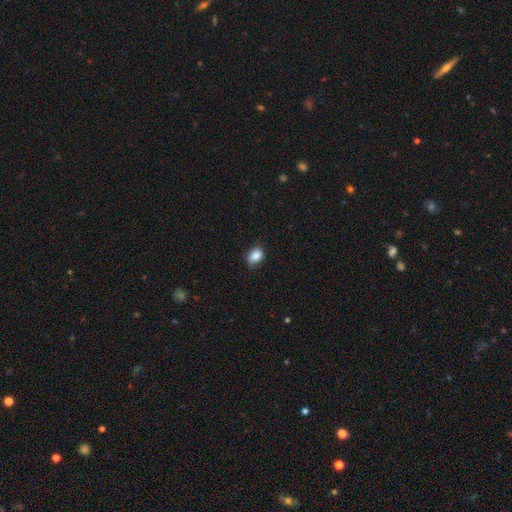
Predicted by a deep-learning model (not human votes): Q: Smooth or featured?
A: smooth (87%); runner-up: star or artifact (8%)
Q: How rounded?
A: in between (73%); runner-up: round (26%)
Q: Merging?
A: none (73%); runner-up: minor disturbance (23%)